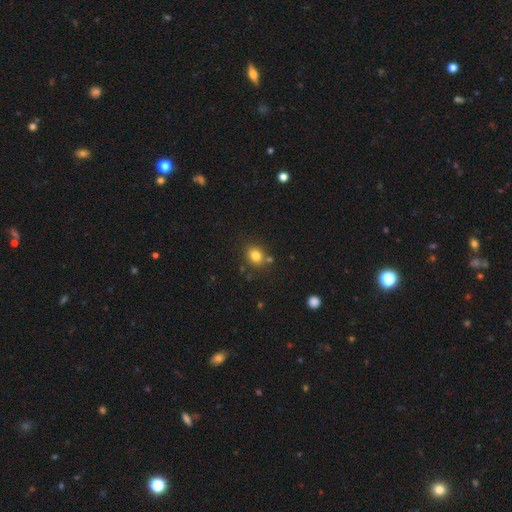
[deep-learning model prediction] smooth-or-featured: smooth: 81% | star or artifact: 12% | featured or disk: 7%
  how-rounded: round: 62% | in between: 37% | cigar-shaped: 1%
  merging: none: 73% | minor disturbance: 12% | merger: 12% | major disturbance: 3%